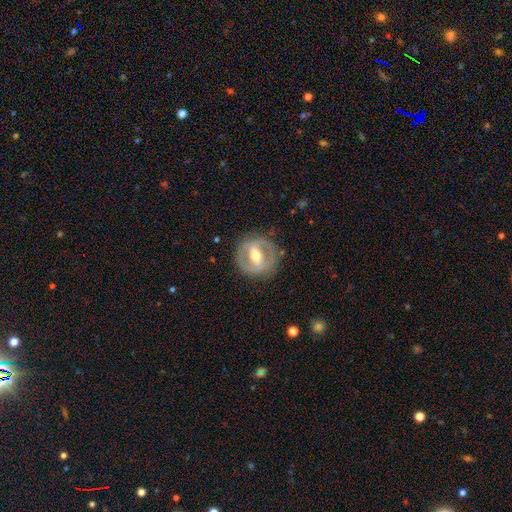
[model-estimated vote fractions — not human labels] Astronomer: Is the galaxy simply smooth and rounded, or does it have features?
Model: featured or disk — 75%.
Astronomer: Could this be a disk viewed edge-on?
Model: no — 94%.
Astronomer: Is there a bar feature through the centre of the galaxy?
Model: strong — 51% (runner-up: weak, 34%).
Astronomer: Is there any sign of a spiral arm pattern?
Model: yes — 58% (runner-up: no, 42%).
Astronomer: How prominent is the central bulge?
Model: moderate — 72%.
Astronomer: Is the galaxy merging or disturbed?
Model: none — 83%.